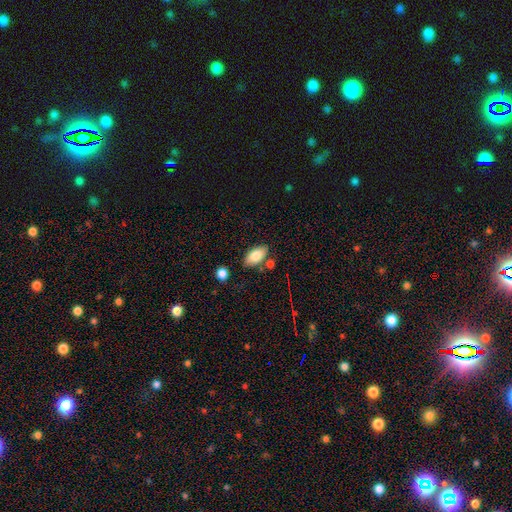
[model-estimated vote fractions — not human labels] A smooth galaxy with no disk features (83%) that is in between round and cigar-shaped (93%). Merging: none (78%).